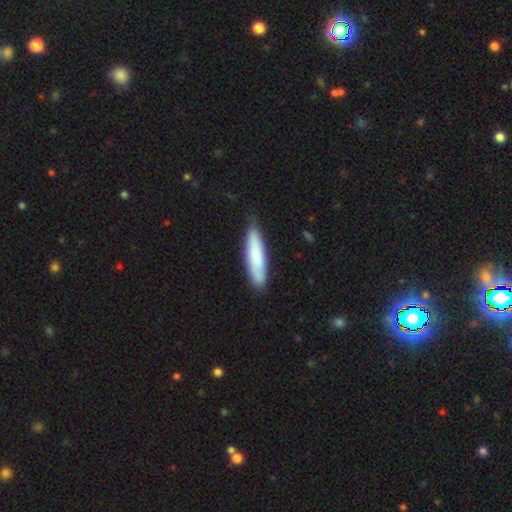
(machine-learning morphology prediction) The model was most divided on "smooth or featured": smooth: 74%, featured or disk: 20%, star or artifact: 5%. More confident: merging — none (79%); how rounded — cigar-shaped (77%).